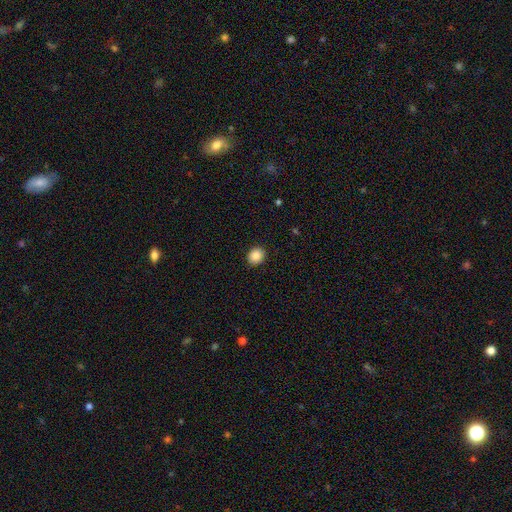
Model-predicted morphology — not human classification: Smooth or featured?
  - smooth: 87% *
  - star or artifact: 9%
  - featured or disk: 4%
How rounded?
  - round: 72% *
  - in between: 27%
  - cigar-shaped: 1%
Merging?
  - none: 91% *
  - minor disturbance: 6%
  - major disturbance: 2%
  - merger: 1%